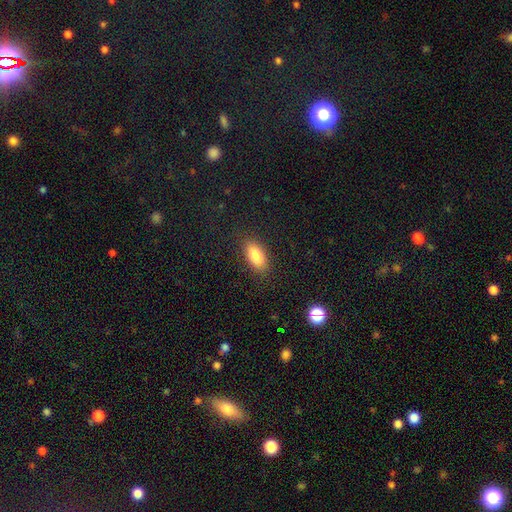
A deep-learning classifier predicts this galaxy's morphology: A smooth galaxy with no disk features (84%) that is in between round and cigar-shaped (87%). Merging: none (86%).